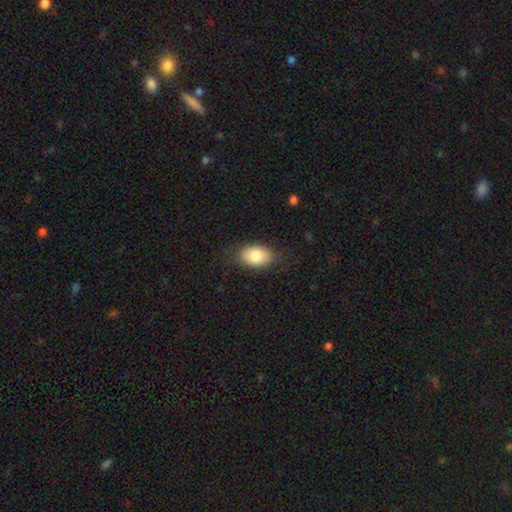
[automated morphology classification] Overall: smooth (83%). How rounded: in between (89%). Merging: none (82%).